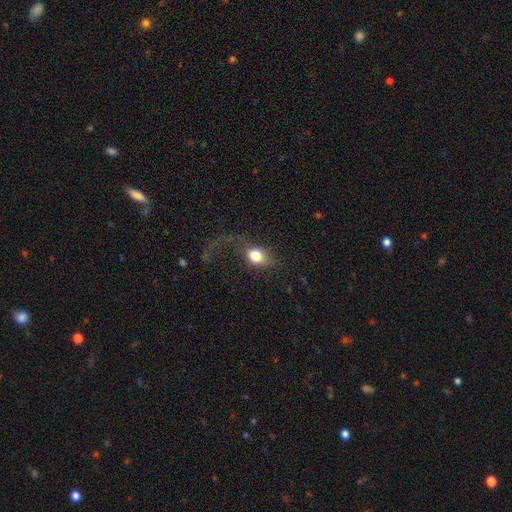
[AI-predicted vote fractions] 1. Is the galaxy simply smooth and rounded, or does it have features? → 72% smooth, 18% featured or disk, 10% star or artifact.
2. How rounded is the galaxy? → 50% in between, 48% round, 2% cigar-shaped.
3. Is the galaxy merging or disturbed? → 49% major disturbance, 32% none, 16% minor disturbance, 3% merger.